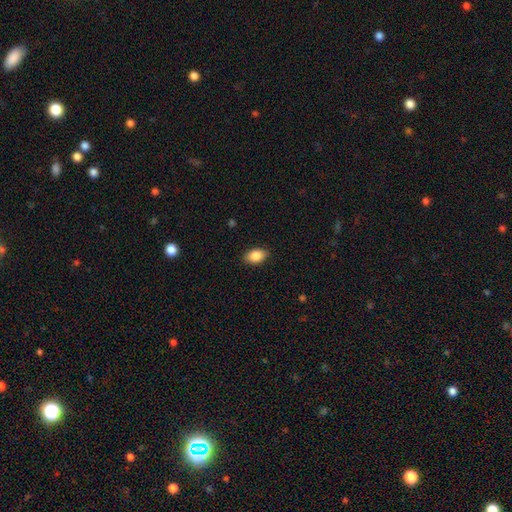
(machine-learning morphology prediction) Smooth or featured? smooth (88%)
How rounded? in between (90%)
Merging? none (87%)